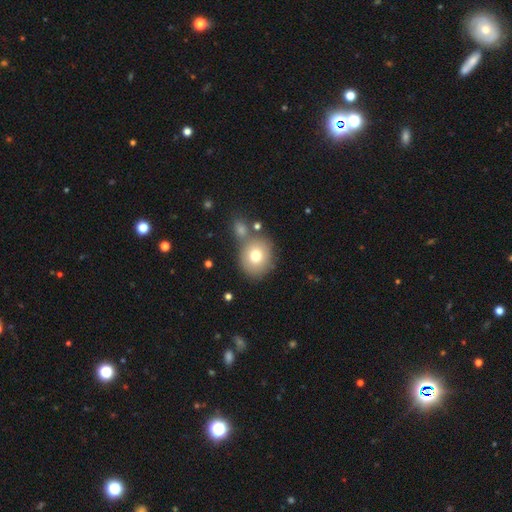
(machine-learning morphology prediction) Smooth or featured: smooth — 74% (featured or disk — 15%)
How rounded: round — 78% (in between — 21%)
Merging: none — 66% (merger — 18%)